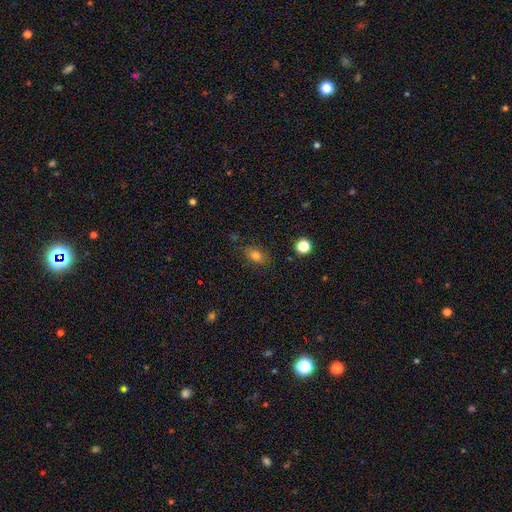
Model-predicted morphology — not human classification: Smooth or featured? Predicted: smooth (p=0.77). How rounded? Predicted: in between (p=0.79). Merging? Predicted: none (p=0.80).